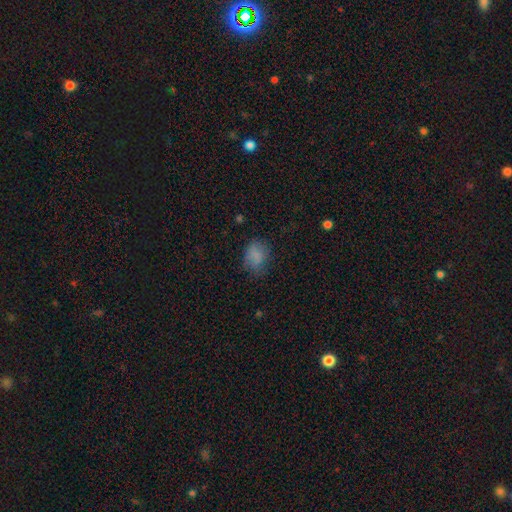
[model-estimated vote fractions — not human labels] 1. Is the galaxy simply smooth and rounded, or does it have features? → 79% smooth, 11% star or artifact, 10% featured or disk.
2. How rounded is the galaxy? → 64% in between, 35% round, 1% cigar-shaped.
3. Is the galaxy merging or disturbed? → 60% none, 26% minor disturbance, 12% major disturbance, 2% merger.